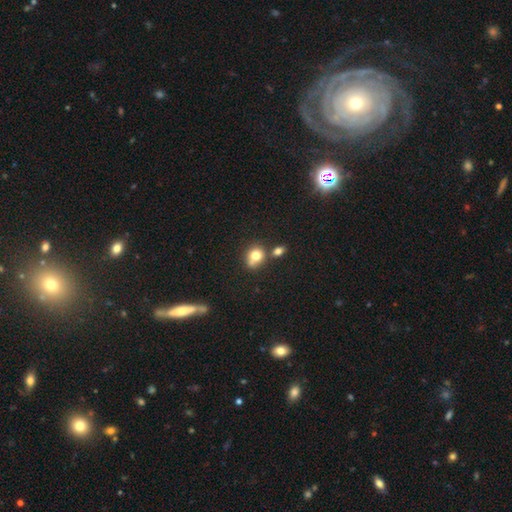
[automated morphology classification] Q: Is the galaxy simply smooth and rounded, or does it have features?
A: smooth — 77%.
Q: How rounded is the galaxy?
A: round — 67%.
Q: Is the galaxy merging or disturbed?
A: none — 51%.